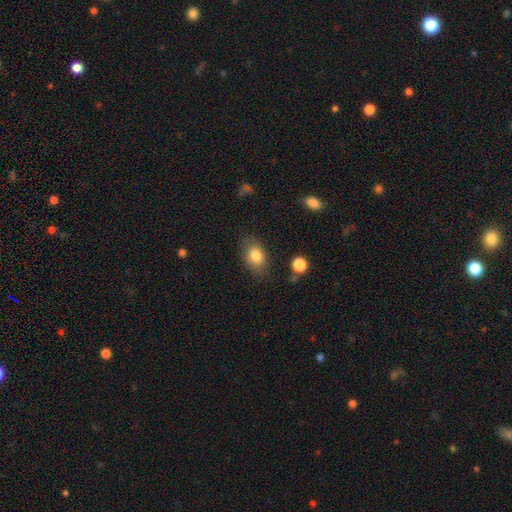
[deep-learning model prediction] This is clearly a smooth galaxy (83%). How rounded: likely in between (77%). Merging: likely none (75%).